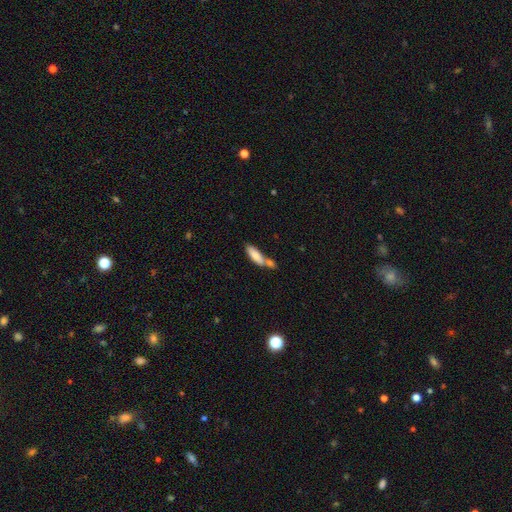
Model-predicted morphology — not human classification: Smooth or featured: smooth — 75% (featured or disk — 18%)
How rounded: in between — 51% (cigar-shaped — 47%)
Merging: merger — 43% (none — 39%)